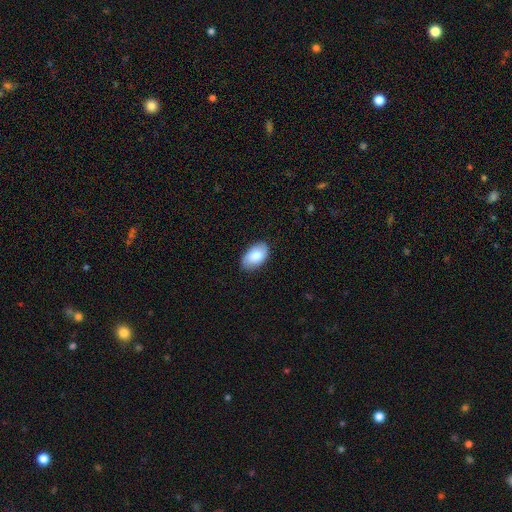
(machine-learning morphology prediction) This appears to be a smooth galaxy with no disk features (79%) that is in between round and cigar-shaped (94%). Merging: none (85%).